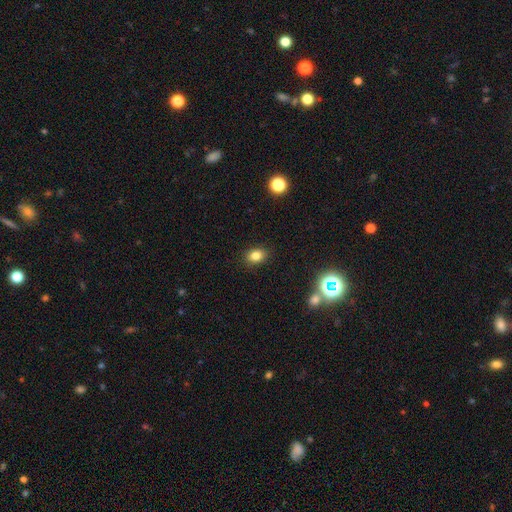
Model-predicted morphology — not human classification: This is clearly a smooth galaxy (81%). How rounded: likely in between (66%). Merging: clearly none (88%).